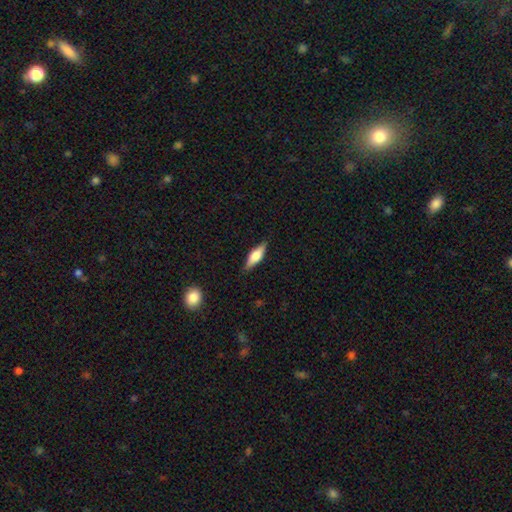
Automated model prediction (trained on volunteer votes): Morphology: type=smooth (55%); roundness=in between (52%); merging=none (84%).